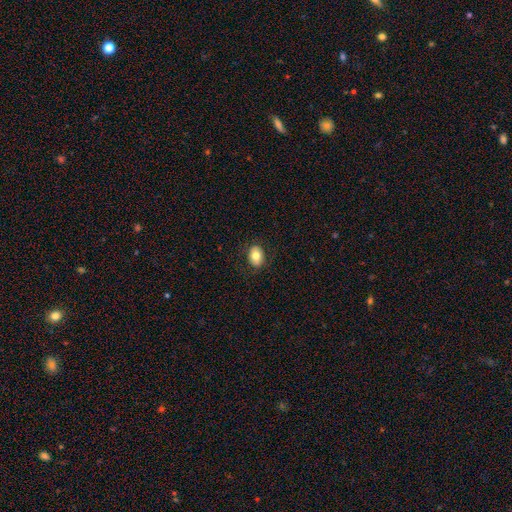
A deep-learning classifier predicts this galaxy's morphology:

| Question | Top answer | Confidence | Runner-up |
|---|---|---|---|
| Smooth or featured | smooth | 77% | featured or disk (15%) |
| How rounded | in between | 75% | round (24%) |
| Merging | none | 86% | minor disturbance (10%) |